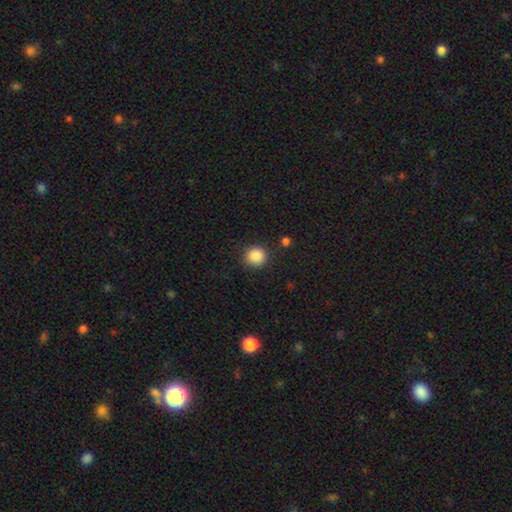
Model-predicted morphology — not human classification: smooth_or_featured: smooth (p=0.87) [alt: star or artifact p=0.10]
how_rounded: round (p=0.91) [alt: in between p=0.08]
merging: none (p=0.88) [alt: minor disturbance p=0.08]